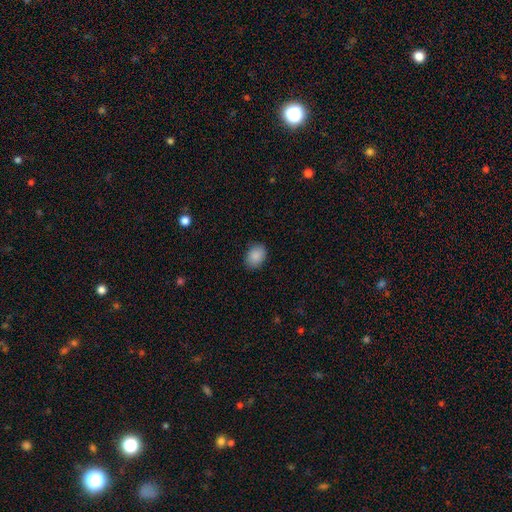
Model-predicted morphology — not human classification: smooth-or-featured: smooth: 89% | star or artifact: 8% | featured or disk: 4%
  how-rounded: in between: 69% | round: 30% | cigar-shaped: 1%
  merging: none: 87% | minor disturbance: 10% | major disturbance: 2% | merger: 1%